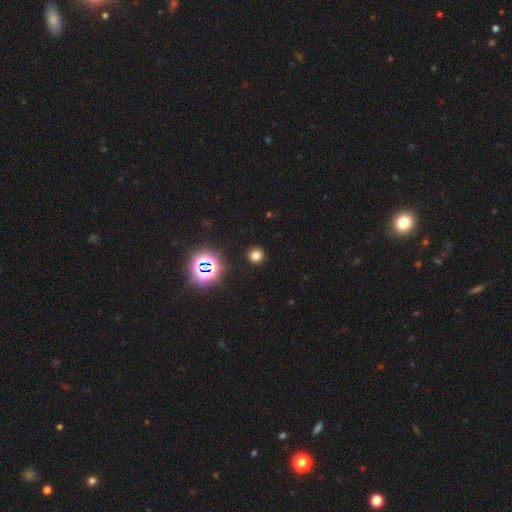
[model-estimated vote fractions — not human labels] Morphology: type=smooth (71%); roundness=round (93%); merging=none (91%).